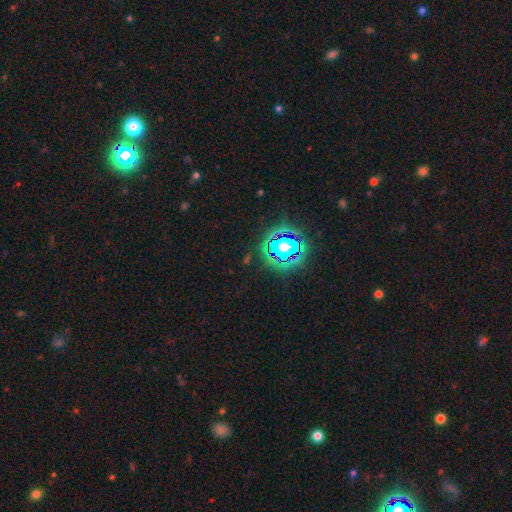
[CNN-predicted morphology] The model was most divided on "smooth or featured": star or artifact: 80%, smooth: 12%, featured or disk: 8%.